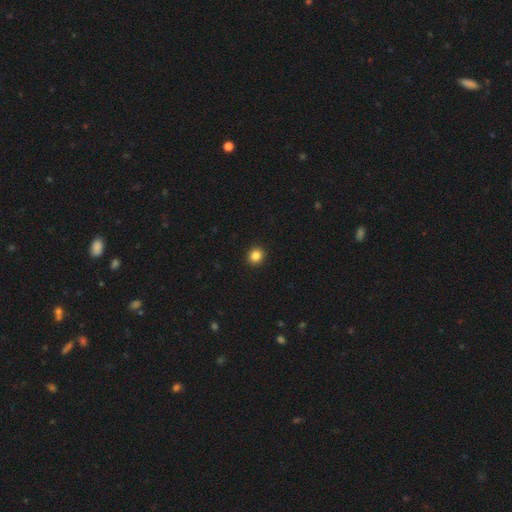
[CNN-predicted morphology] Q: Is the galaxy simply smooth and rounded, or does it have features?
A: smooth — 85%.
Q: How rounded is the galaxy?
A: round — 88%.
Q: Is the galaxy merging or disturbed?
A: none — 93%.